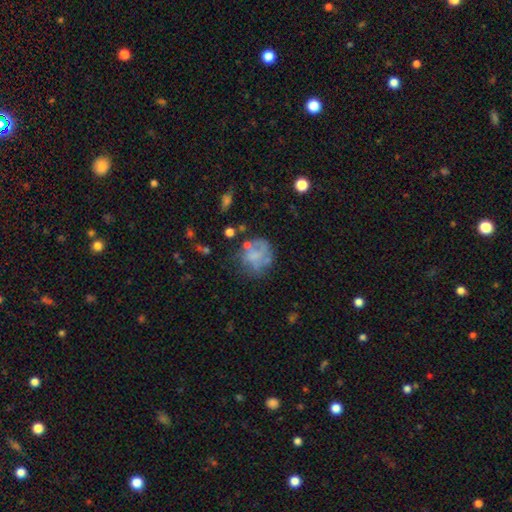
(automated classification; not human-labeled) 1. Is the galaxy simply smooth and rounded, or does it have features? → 45% featured or disk, 44% smooth, 11% star or artifact.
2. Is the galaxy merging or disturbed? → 50% none, 23% minor disturbance, 20% major disturbance, 7% merger.